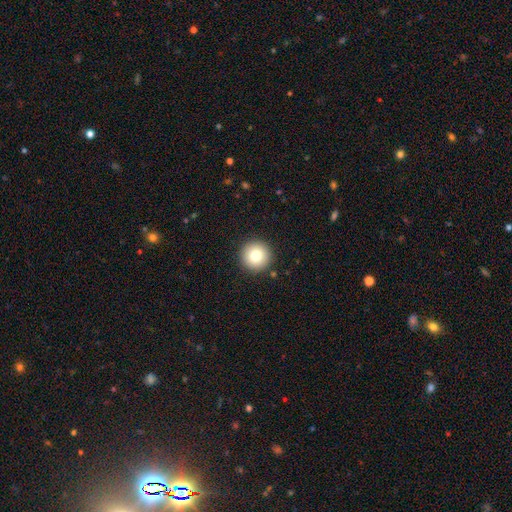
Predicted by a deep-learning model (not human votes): Smooth or featured? smooth (78%)
How rounded? round (96%)
Merging? none (92%)